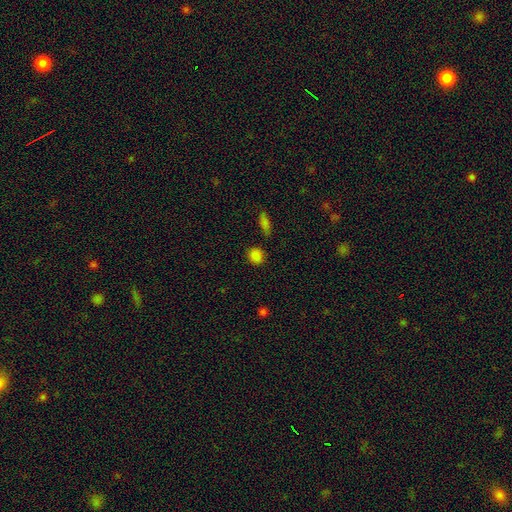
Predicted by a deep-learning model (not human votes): Smooth or featured? smooth (82%)
How rounded? round (76%)
Merging? none (82%)